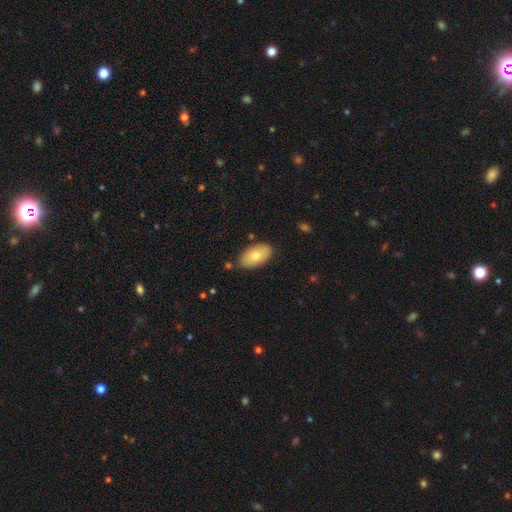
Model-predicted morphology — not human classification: smooth 75%, featured or disk 19%, star or artifact 6%. Down the decision tree: how rounded — in between (95%); merging — none (80%).